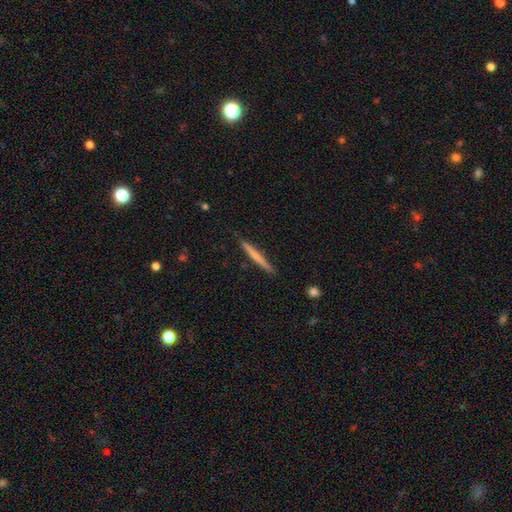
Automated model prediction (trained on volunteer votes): A smooth galaxy with no disk features (59%) that is cigar-shaped (97%).

Vote fractions:
- Smooth or featured? smooth: 59% / featured or disk: 36% / star or artifact: 6%
- How rounded? cigar-shaped: 97% / in between: 2% / round: 1%
- Merging? none: 89% / minor disturbance: 8% / major disturbance: 1% / merger: 1%